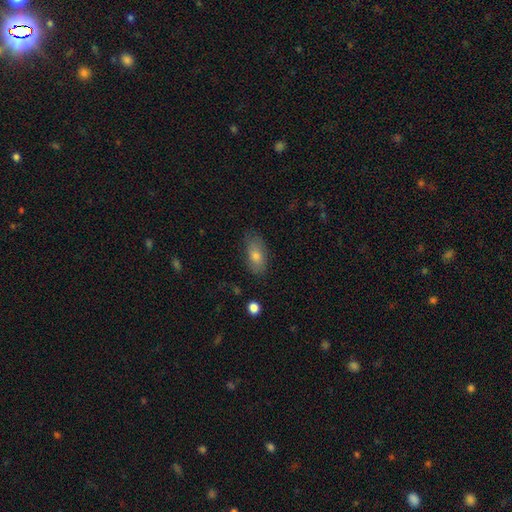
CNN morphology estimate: smooth-or-featured: smooth: 69% | featured or disk: 21% | star or artifact: 10%
  how-rounded: in between: 85% | cigar-shaped: 10% | round: 5%
  merging: none: 80% | minor disturbance: 15% | major disturbance: 4% | merger: 1%